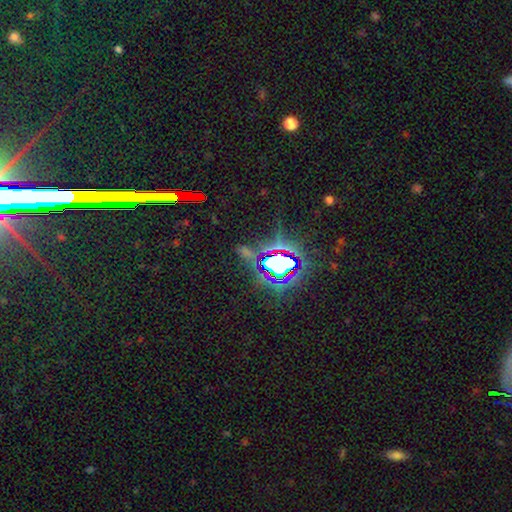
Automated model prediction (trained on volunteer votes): Smooth or featured: star or artifact — 81% (smooth — 10%)